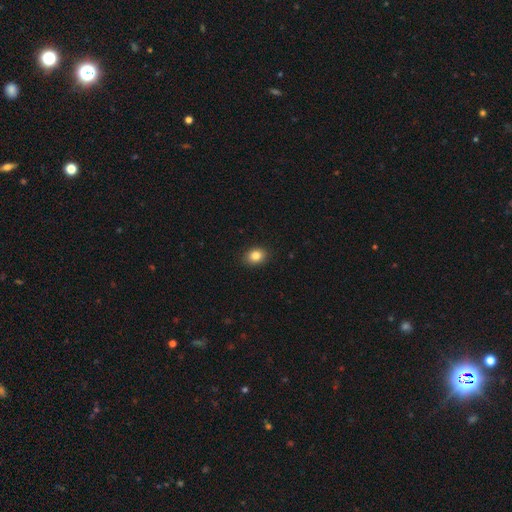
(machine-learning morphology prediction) Smooth or featured? smooth (85%)
How rounded? in between (60%)
Merging? none (90%)